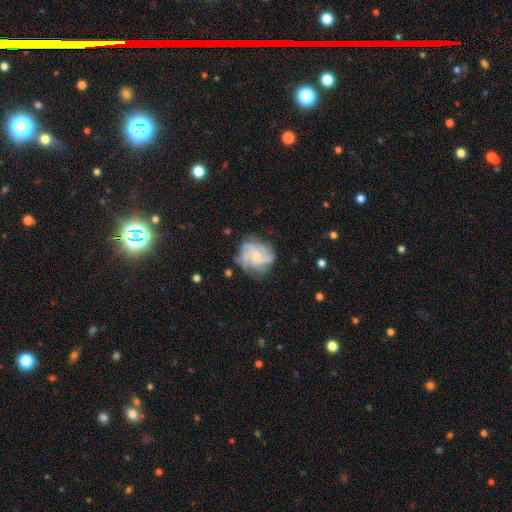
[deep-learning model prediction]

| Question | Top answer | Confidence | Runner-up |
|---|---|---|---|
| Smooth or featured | featured or disk | 79% | smooth (14%) |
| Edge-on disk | no | 98% | yes (2%) |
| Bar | no | 73% | weak (24%) |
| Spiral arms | yes | 92% | no (8%) |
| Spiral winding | tight | 50% | medium (37%) |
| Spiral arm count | can't tell | 30% | 4 (24%) |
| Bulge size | small | 59% | moderate (31%) |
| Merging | none | 66% | minor disturbance (22%) |